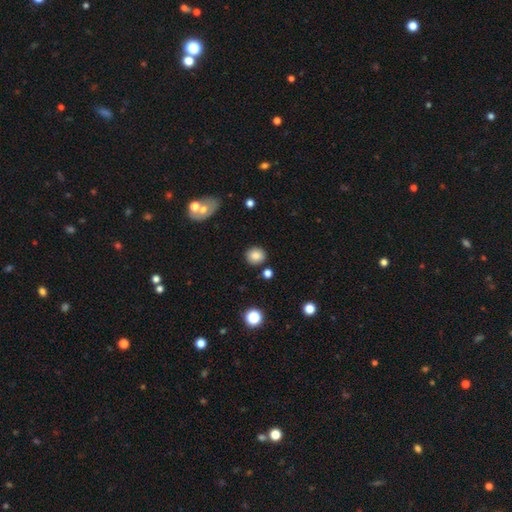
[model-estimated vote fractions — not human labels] Smooth or featured: smooth — 84% (star or artifact — 10%)
How rounded: round — 84% (in between — 15%)
Merging: none — 85% (minor disturbance — 9%)